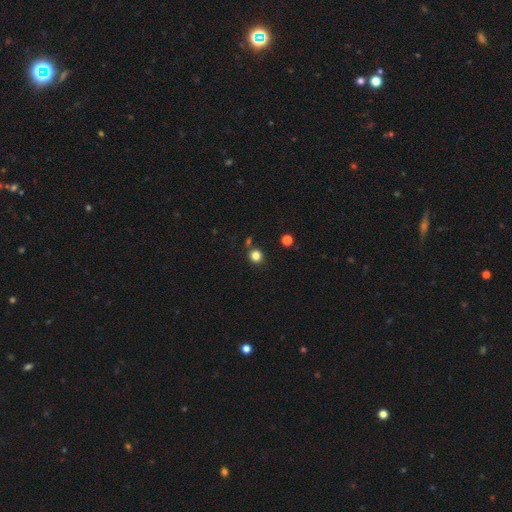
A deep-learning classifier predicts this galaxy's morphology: smooth-or-featured: smooth: 82% | star or artifact: 13% | featured or disk: 5%
  how-rounded: round: 90% | in between: 9% | cigar-shaped: 1%
  merging: none: 81% | minor disturbance: 8% | merger: 8% | major disturbance: 3%